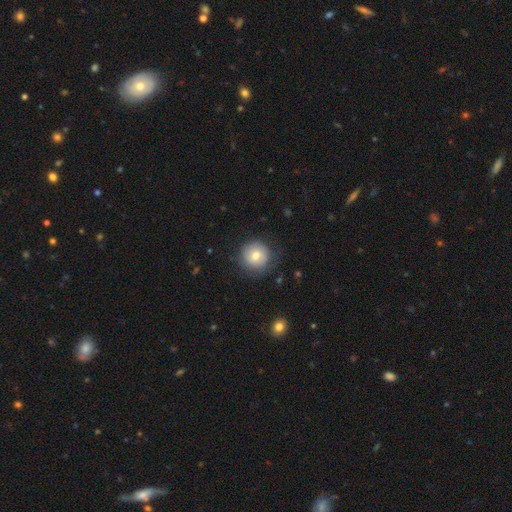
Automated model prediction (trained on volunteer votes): A smooth galaxy with no disk features (73%) that is round (93%). Merging: none (79%).